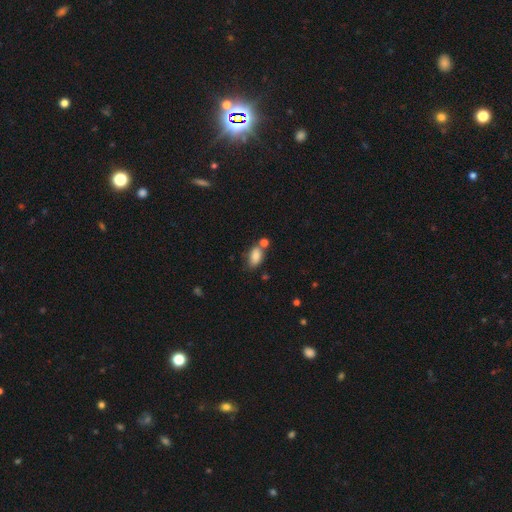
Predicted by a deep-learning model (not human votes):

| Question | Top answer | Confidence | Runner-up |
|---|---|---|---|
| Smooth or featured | smooth | 82% | featured or disk (9%) |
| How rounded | in between | 90% | round (7%) |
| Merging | none | 57% | merger (21%) |